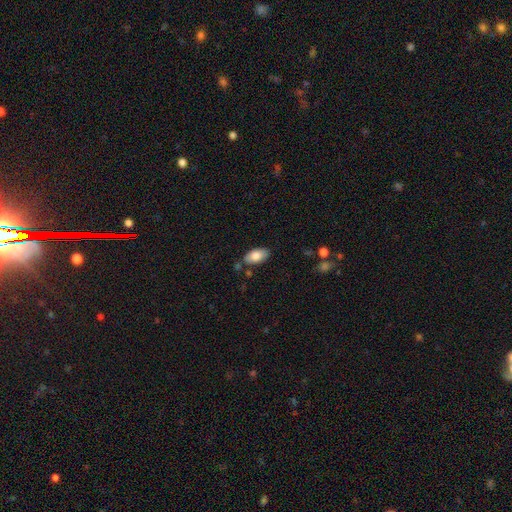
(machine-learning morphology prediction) smooth_or_featured: smooth (p=0.81) [alt: featured or disk p=0.13]
how_rounded: in between (p=0.94) [alt: round p=0.03]
merging: none (p=0.80) [alt: minor disturbance p=0.13]